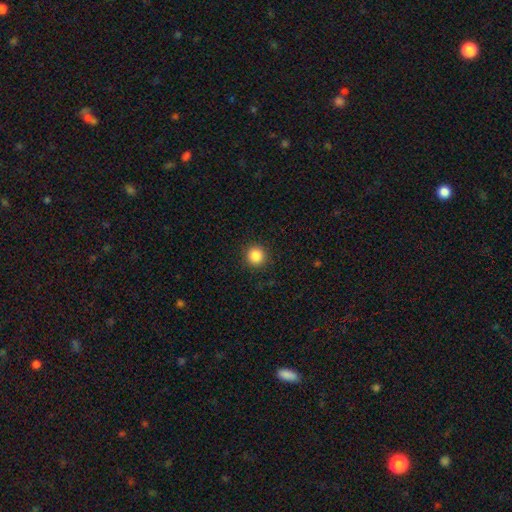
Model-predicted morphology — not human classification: smooth_or_featured: smooth (p=0.86) [alt: star or artifact p=0.10]
how_rounded: round (p=0.95) [alt: in between p=0.04]
merging: none (p=0.92) [alt: minor disturbance p=0.05]